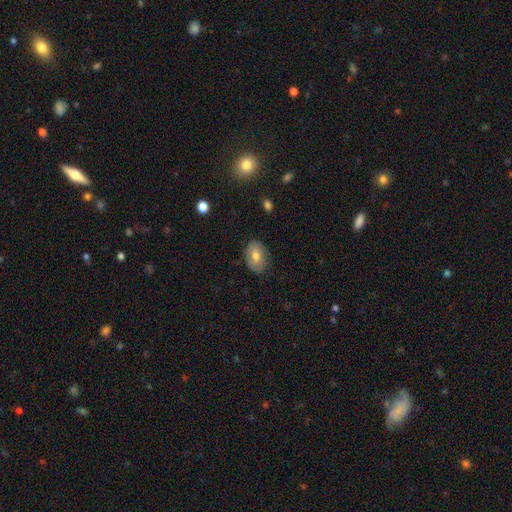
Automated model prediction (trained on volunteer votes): A smooth galaxy with no disk features (66%) that is in between round and cigar-shaped (84%).

Vote fractions:
- Smooth or featured? smooth: 66% / featured or disk: 26% / star or artifact: 8%
- How rounded? in between: 84% / round: 15% / cigar-shaped: 1%
- Merging? none: 79% / minor disturbance: 16% / major disturbance: 4% / merger: 1%